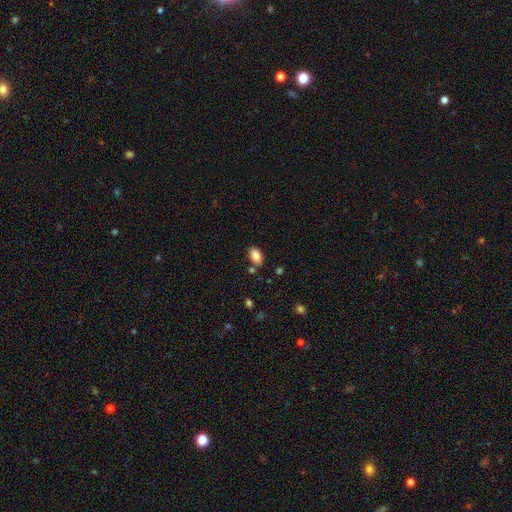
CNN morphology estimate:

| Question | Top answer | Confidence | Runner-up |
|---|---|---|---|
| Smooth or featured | smooth | 87% | star or artifact (8%) |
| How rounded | in between | 93% | round (5%) |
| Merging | none | 78% | minor disturbance (13%) |